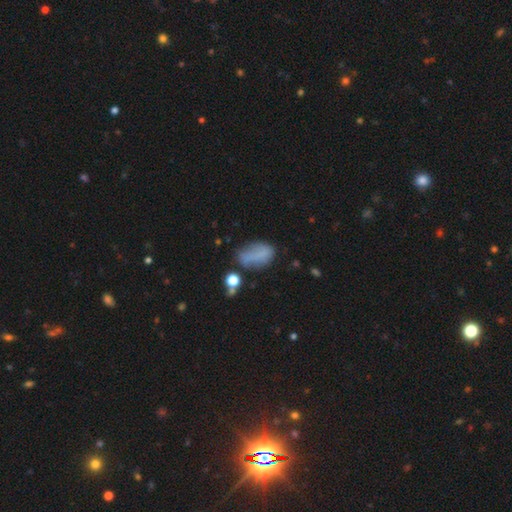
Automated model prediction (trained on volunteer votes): This appears to be a smooth galaxy with no disk features (71%) that is in between round and cigar-shaped (85%). Merging: none (47%).